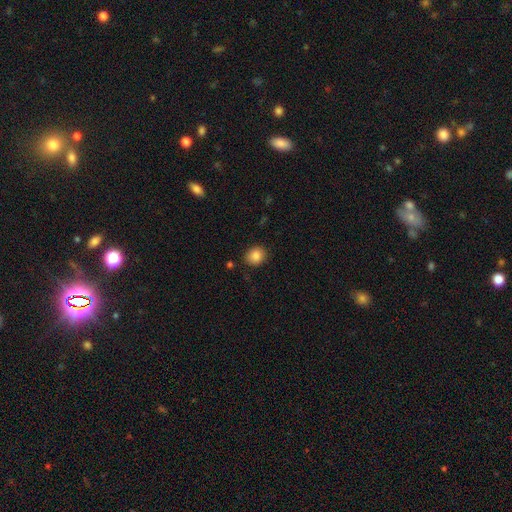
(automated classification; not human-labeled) Smooth or featured? smooth (86%)
How rounded? round (73%)
Merging? none (88%)